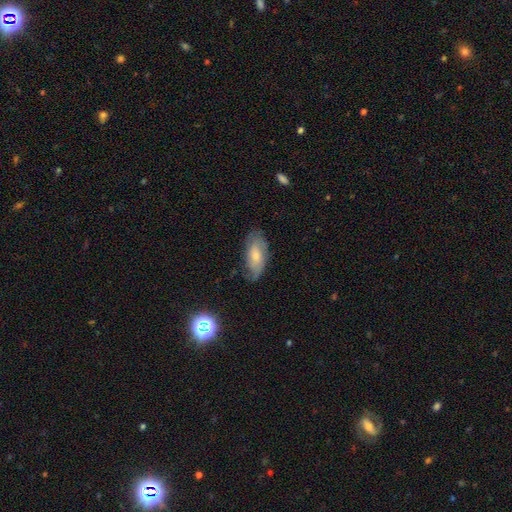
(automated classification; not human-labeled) The model was most divided on "smooth or featured": smooth: 51%, featured or disk: 42%, star or artifact: 7%. More confident: how rounded — in between (86%); merging — none (67%).